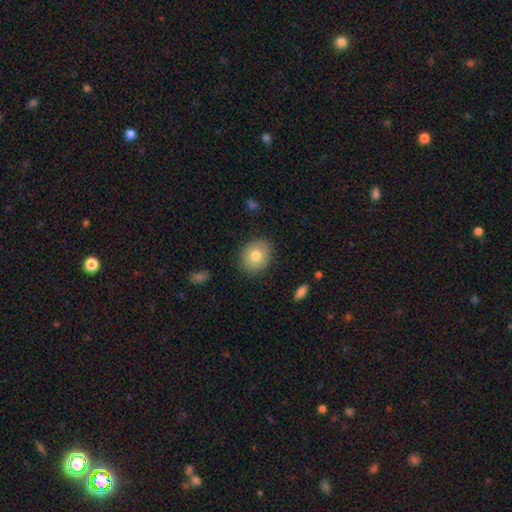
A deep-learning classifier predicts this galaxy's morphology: type=smooth (76%); roundness=round (54%); merging=none (85%).